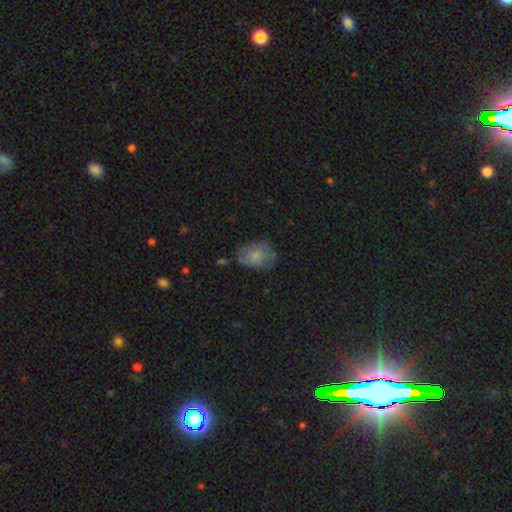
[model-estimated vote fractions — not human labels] Smooth or featured: smooth — 72% (featured or disk — 20%)
How rounded: in between — 73% (round — 25%)
Merging: none — 60% (minor disturbance — 27%)